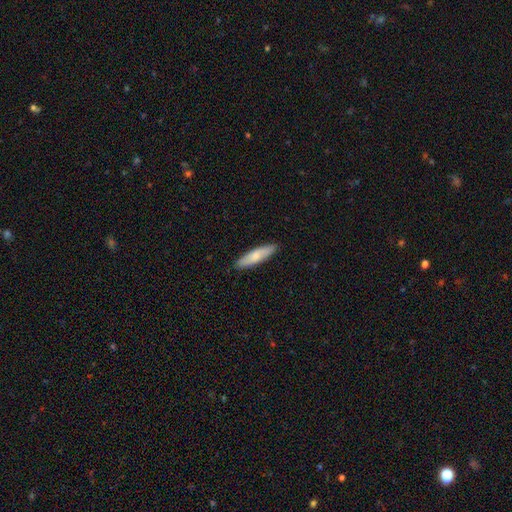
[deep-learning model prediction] A smooth galaxy with no disk features (75%) that is cigar-shaped (68%). Merging: none (89%).